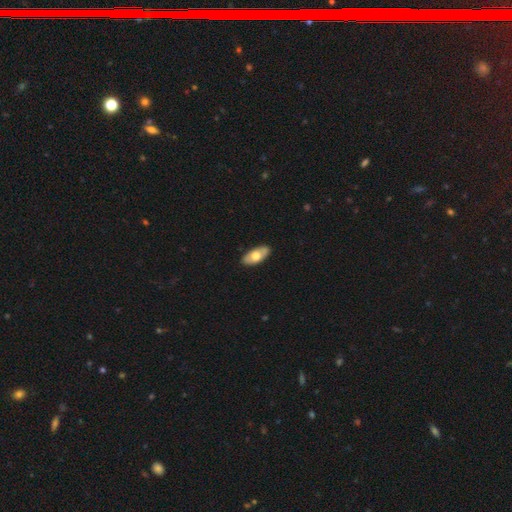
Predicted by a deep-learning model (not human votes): Smooth or featured? smooth (58%)
How rounded? in between (90%)
Merging? none (88%)